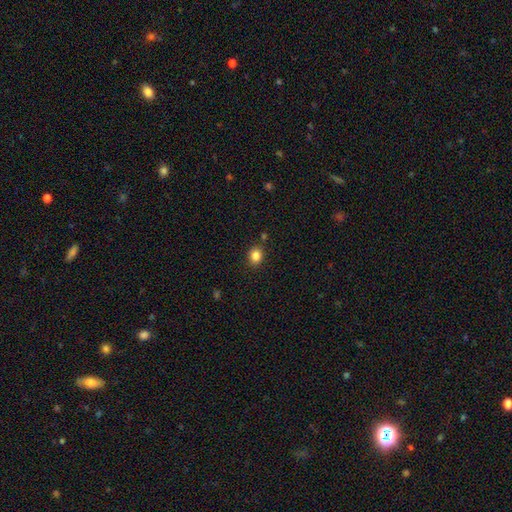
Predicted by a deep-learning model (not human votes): This is clearly a smooth galaxy (84%). How rounded: likely round (63%). Merging: clearly none (85%).